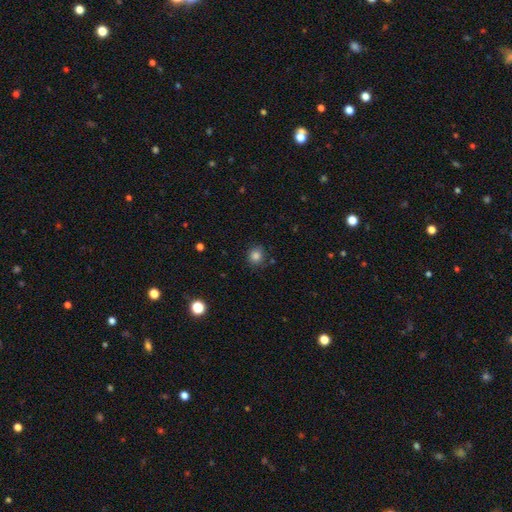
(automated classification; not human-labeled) Smooth or featured? smooth (83%)
How rounded? round (87%)
Merging? none (84%)